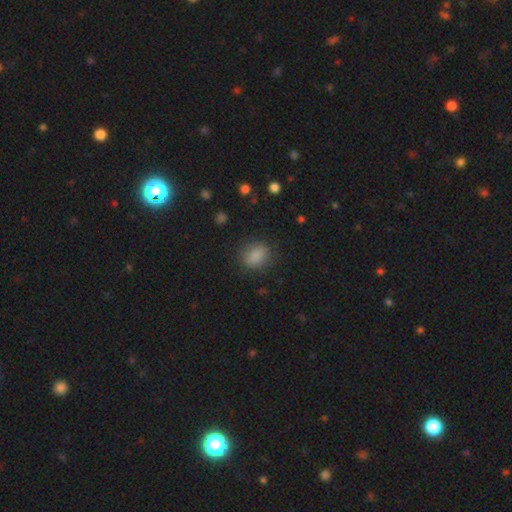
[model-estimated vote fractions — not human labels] smooth 84%, star or artifact 10%, featured or disk 6%. Down the decision tree: how rounded — round (51%); merging — none (81%).